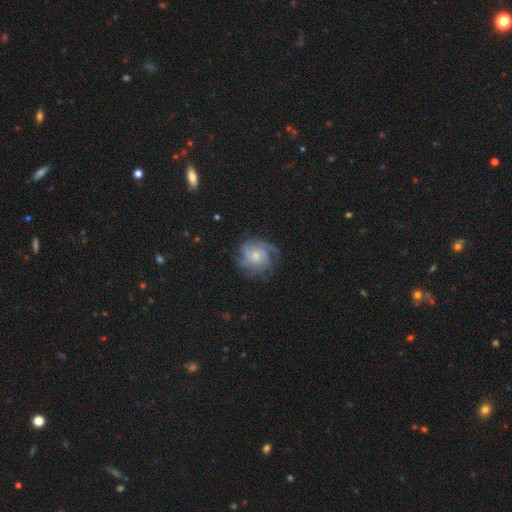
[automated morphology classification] Smooth or featured? Predicted: featured or disk (p=0.75). Edge-on disk? Predicted: no (p=0.98). Bar? Predicted: no (p=0.74). Spiral arms? Predicted: yes (p=0.93). Spiral winding? Predicted: tight (p=0.47). Spiral arm count? Predicted: can't tell (p=0.33). Bulge size? Predicted: moderate (p=0.47). Merging? Predicted: none (p=0.67).